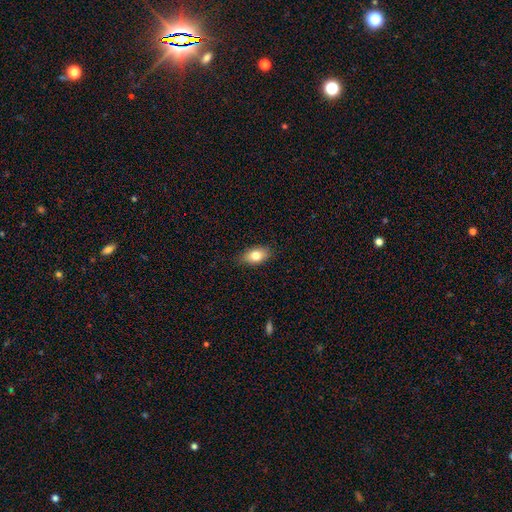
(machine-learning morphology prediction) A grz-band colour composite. It shows a smooth galaxy with no disk features (80%) that is in between round and cigar-shaped (87%). Merging: none (84%).